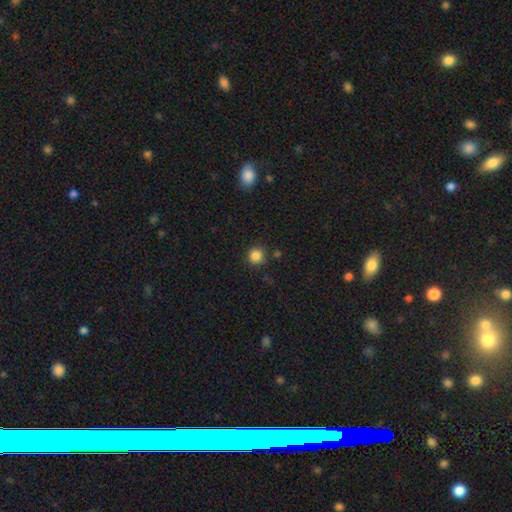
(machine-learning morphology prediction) Overall: smooth (84%). How rounded: round (94%). Merging: none (85%).